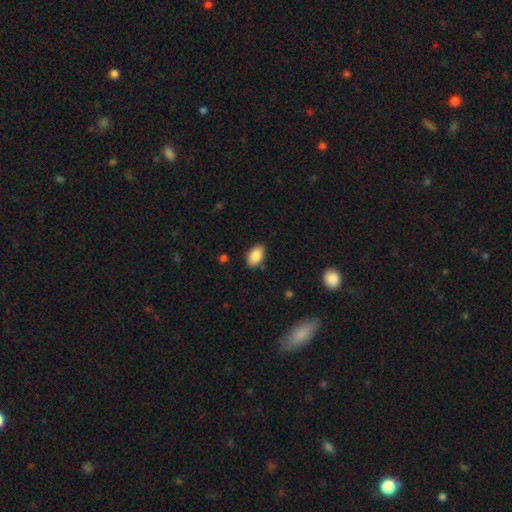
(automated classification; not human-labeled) Smooth or featured: smooth — 87% (star or artifact — 7%)
How rounded: in between — 92% (round — 6%)
Merging: none — 85% (minor disturbance — 11%)